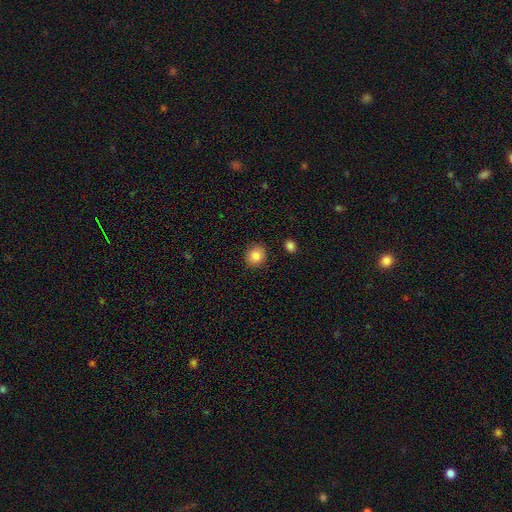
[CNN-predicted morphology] smooth_or_featured: smooth (p=0.87) [alt: star or artifact p=0.09]
how_rounded: round (p=0.81) [alt: in between p=0.18]
merging: none (p=0.88) [alt: minor disturbance p=0.08]